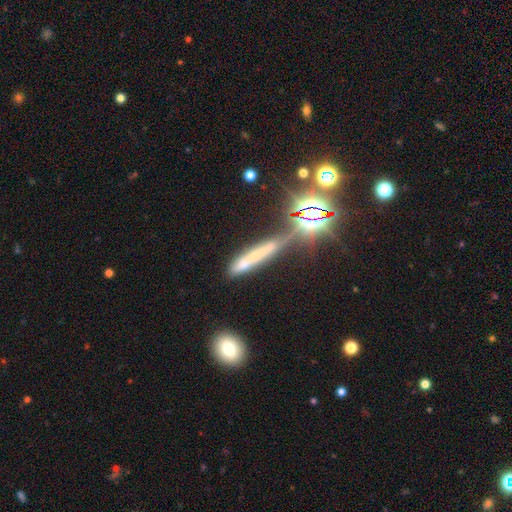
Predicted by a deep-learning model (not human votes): This is marginally a smooth galaxy (39%). Merging: possibly none (54%).